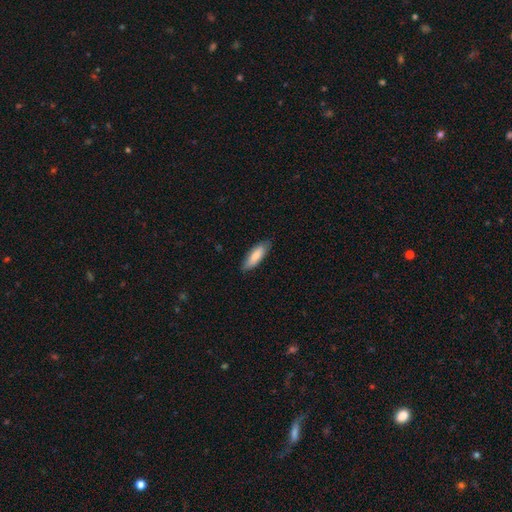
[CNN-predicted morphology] This is clearly a smooth galaxy (80%). How rounded: possibly in between (56%). Merging: clearly none (82%).